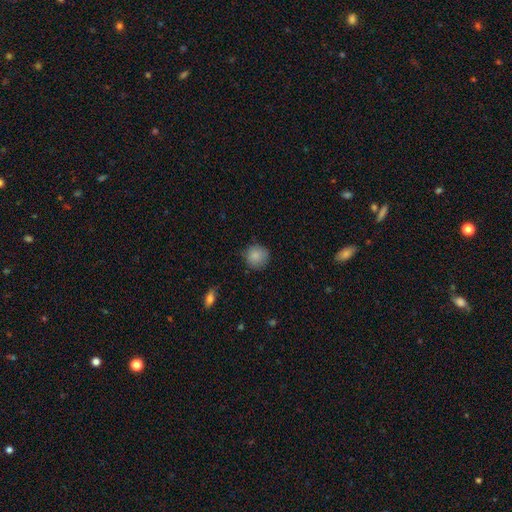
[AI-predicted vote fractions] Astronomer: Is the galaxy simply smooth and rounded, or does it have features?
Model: smooth — 86%.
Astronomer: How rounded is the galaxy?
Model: round — 91%.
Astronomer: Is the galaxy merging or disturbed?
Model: none — 81%.